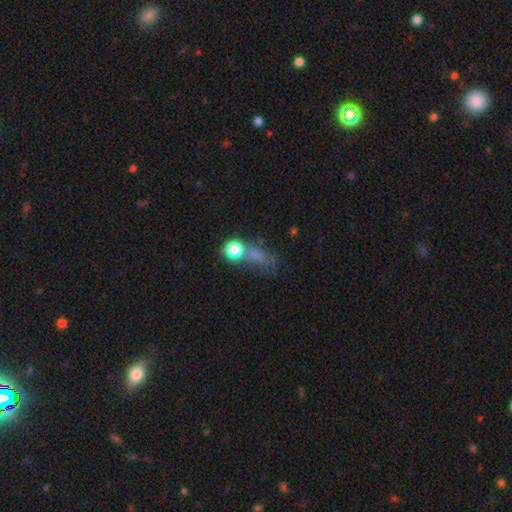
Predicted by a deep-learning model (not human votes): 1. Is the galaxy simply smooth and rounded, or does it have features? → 47% smooth, 31% star or artifact, 22% featured or disk.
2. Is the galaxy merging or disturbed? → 40% none, 25% major disturbance, 19% merger, 16% minor disturbance.